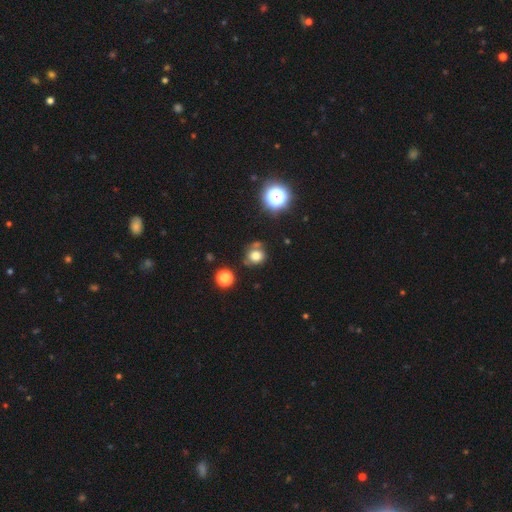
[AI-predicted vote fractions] smooth 74%, star or artifact 17%, featured or disk 9%. Down the decision tree: how rounded — round (80%); merging — none (67%).